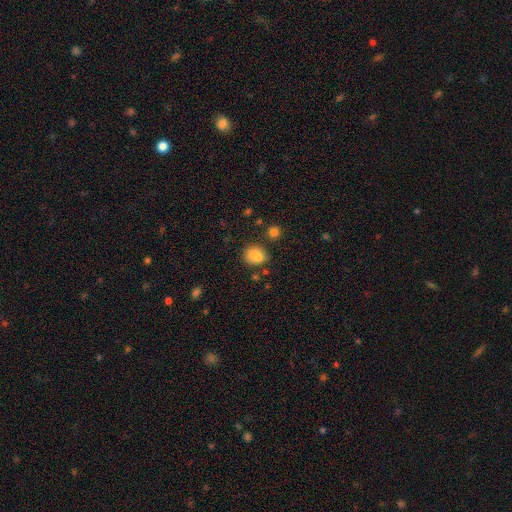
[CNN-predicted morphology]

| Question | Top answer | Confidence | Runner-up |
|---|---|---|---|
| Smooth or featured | smooth | 84% | star or artifact (10%) |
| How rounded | in between | 52% | round (46%) |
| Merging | none | 70% | minor disturbance (18%) |